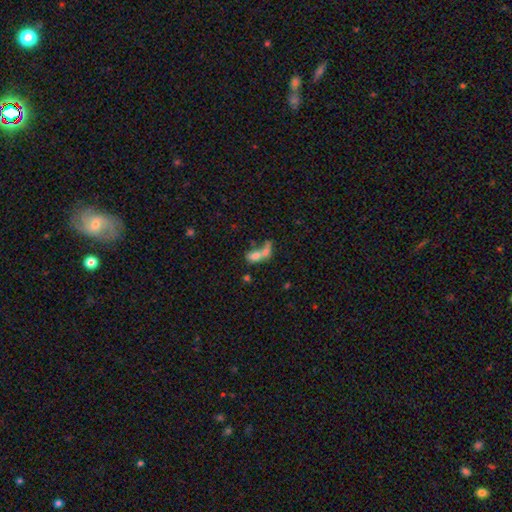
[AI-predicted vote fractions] The model was most divided on "smooth or featured": smooth: 66%, featured or disk: 22%, star or artifact: 12%. More confident: how rounded — in between (73%); merging — merger (66%).